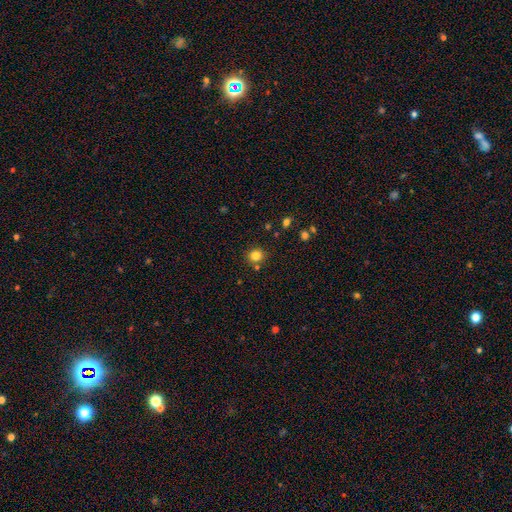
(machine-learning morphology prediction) Smooth or featured? smooth (82%)
How rounded? round (85%)
Merging? none (82%)